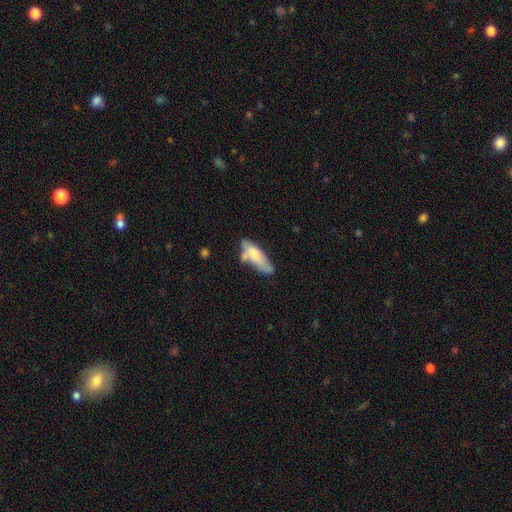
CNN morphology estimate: smooth-or-featured: smooth: 66% | featured or disk: 27% | star or artifact: 6%
  how-rounded: in between: 59% | cigar-shaped: 39% | round: 2%
  merging: none: 37% | minor disturbance: 28% | merger: 21% | major disturbance: 13%